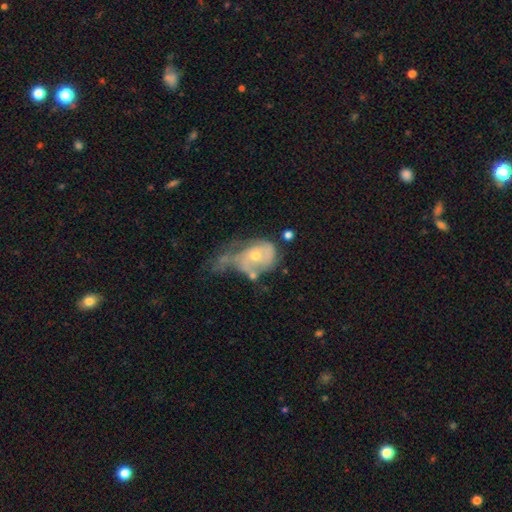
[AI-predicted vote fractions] Smooth or featured: featured or disk — 59% (smooth — 32%)
Edge-on disk: no — 96% (yes — 4%)
Bar: no — 81% (weak — 15%)
Spiral arms: yes — 51% (no — 49%)
Bulge size: small — 48% (moderate — 47%)
Merging: major disturbance — 46% (minor disturbance — 19%)